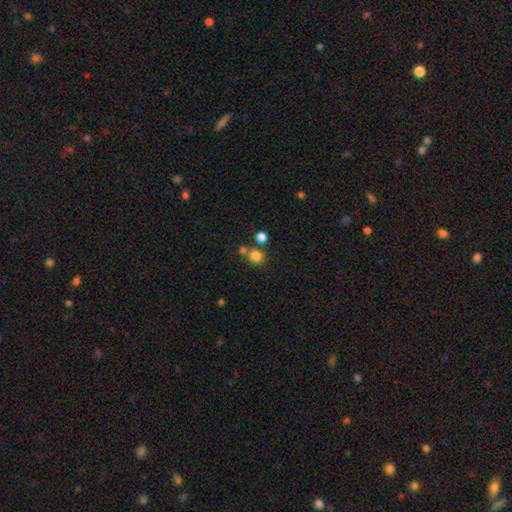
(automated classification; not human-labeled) Morphology: type=smooth (81%); roundness=round (84%); merging=none (65%).